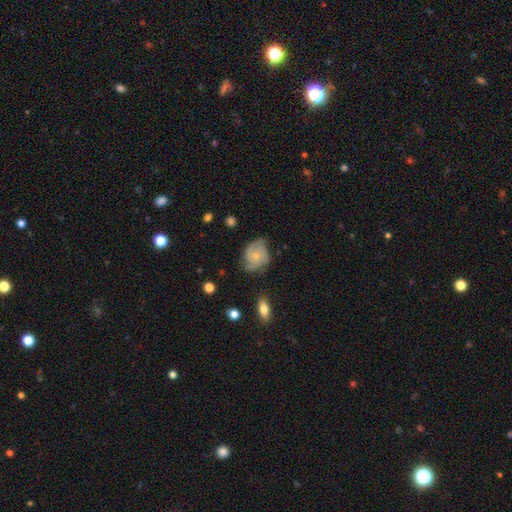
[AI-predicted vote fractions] This is possibly a featured or disk galaxy (59%). It is clearly not viewed edge-on (97%). Bar: clearly no (80%). Spiral arm pattern: clearly yes (87%). Central bulge: likely small (69%). Merging: possibly none (58%).